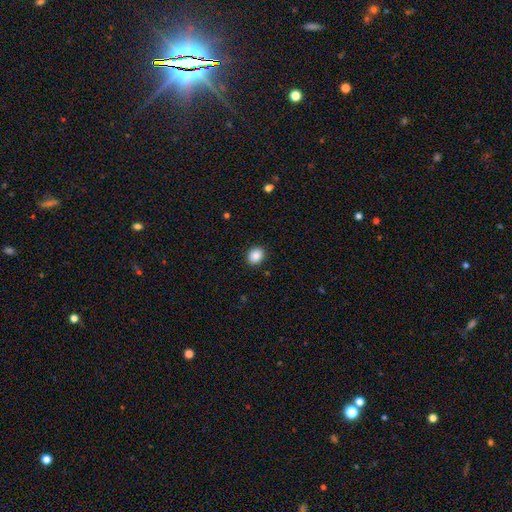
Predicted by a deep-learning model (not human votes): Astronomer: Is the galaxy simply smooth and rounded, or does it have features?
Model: smooth — 88%.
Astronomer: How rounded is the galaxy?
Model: round — 61% (runner-up: in between, 38%).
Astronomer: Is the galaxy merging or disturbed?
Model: none — 90%.